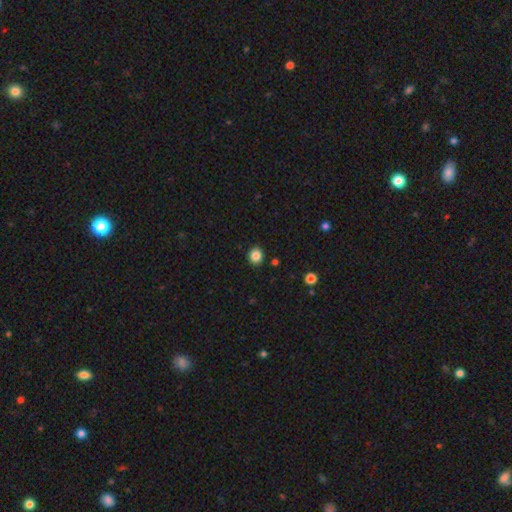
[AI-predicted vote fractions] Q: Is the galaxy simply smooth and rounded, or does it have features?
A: smooth — 86%.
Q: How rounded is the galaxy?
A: round — 84%.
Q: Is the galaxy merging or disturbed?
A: none — 90%.